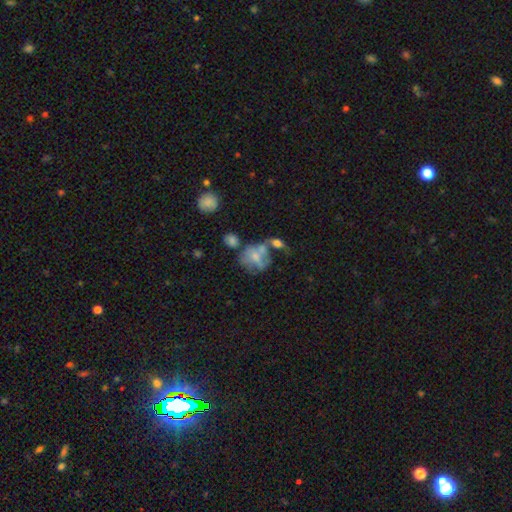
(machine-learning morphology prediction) A smooth galaxy with no disk features (46%).

Vote fractions:
- Smooth or featured? smooth: 46% / featured or disk: 44% / star or artifact: 11%
- Merging? merger: 29% / none: 27% / major disturbance: 26% / minor disturbance: 18%